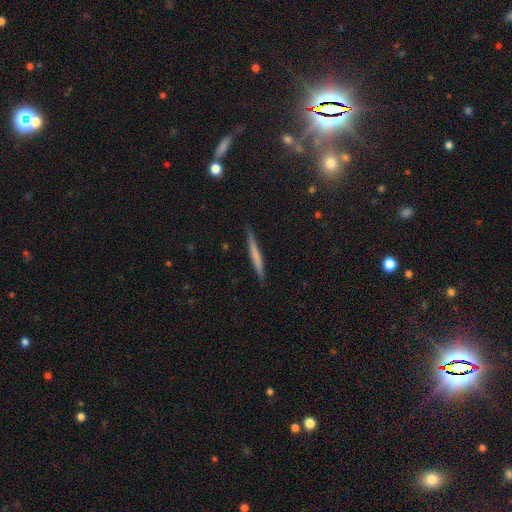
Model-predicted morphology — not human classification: This appears to be a smooth galaxy with no disk features (57%) that is cigar-shaped (96%). Merging: none (88%).